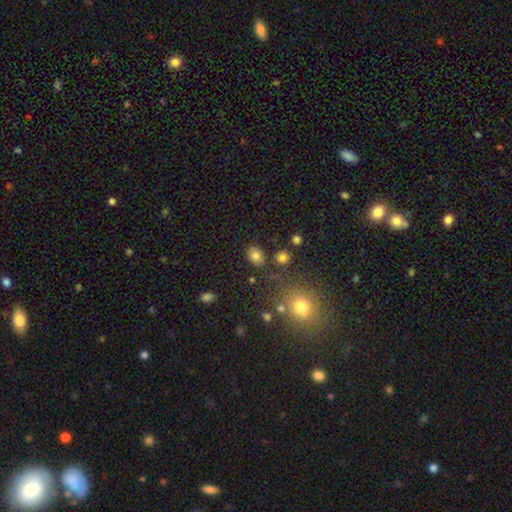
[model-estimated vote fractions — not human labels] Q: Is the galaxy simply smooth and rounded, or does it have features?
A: smooth — 79%.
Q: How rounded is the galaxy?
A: in between — 71%.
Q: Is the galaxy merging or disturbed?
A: none — 79%.